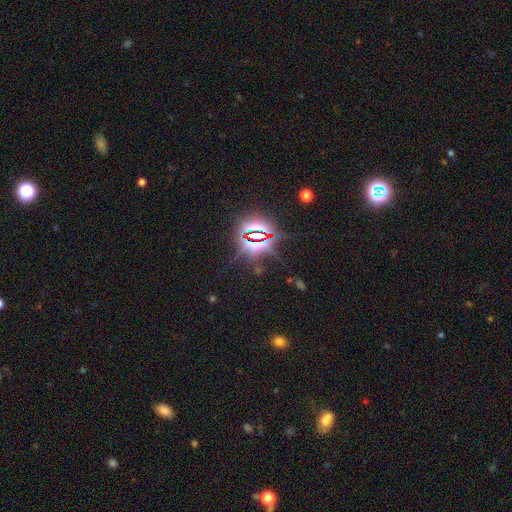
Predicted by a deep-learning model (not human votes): smooth-or-featured: star or artifact: 81% | smooth: 12% | featured or disk: 7%